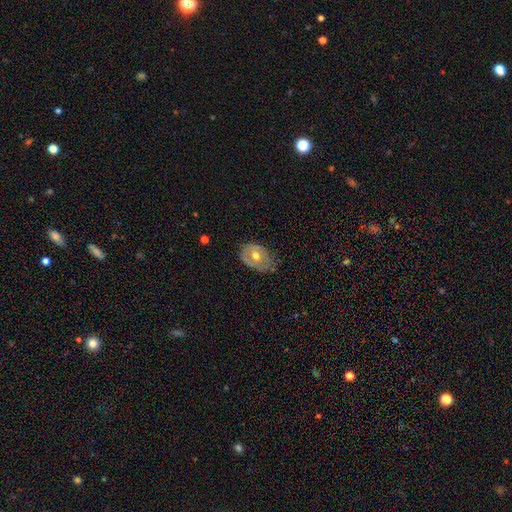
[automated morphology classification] Smooth or featured? featured or disk (50%)
Merging? none (54%)